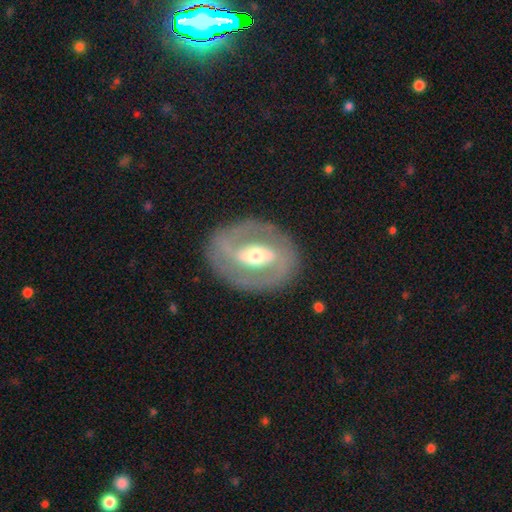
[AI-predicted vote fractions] The model was most divided on "spiral winding": tight: 46%, medium: 41%, loose: 13%. Remaining: edge-on disk — no (95%); spiral arm count — 2 (84%); merging — none (83%); smooth or featured — featured or disk (80%); spiral arms — yes (77%); bulge size — moderate (64%); bar — strong (45%).